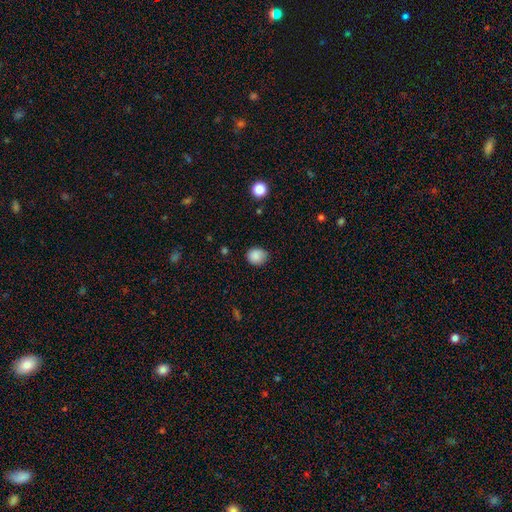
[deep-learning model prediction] Q: Smooth or featured?
A: smooth (87%); runner-up: star or artifact (9%)
Q: How rounded?
A: round (70%); runner-up: in between (29%)
Q: Merging?
A: none (76%); runner-up: minor disturbance (19%)